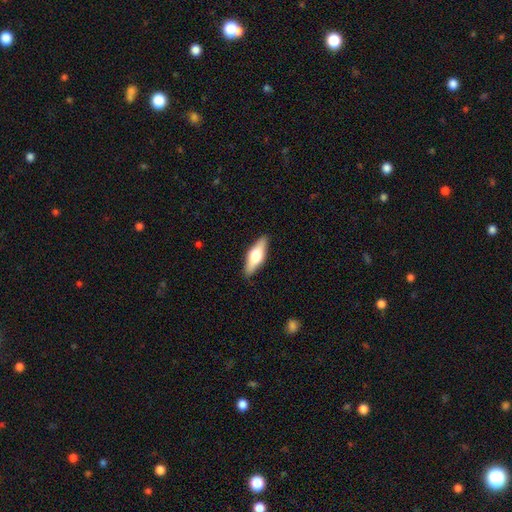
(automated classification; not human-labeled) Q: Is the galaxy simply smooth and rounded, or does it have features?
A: smooth — 47%, tied with featured or disk.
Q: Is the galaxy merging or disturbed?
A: none — 89%.